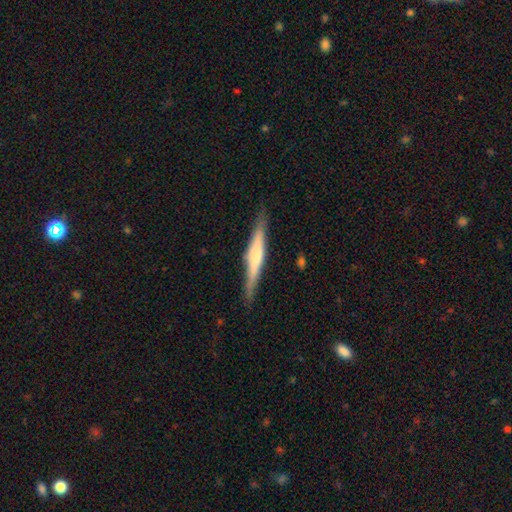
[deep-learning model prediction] smooth_or_featured: featured or disk (p=0.59) [alt: smooth p=0.35]
disk_edge_on: yes (p=0.97) [alt: no p=0.03]
edge_on_bulge: rounded (p=0.50) [alt: boxy p=0.29]
merging: none (p=0.87) [alt: minor disturbance p=0.09]